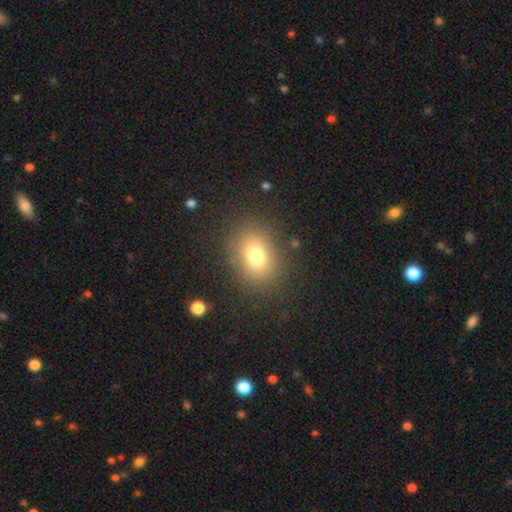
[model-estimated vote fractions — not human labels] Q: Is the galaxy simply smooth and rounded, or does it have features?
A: smooth — 74%.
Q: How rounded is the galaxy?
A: in between — 55%.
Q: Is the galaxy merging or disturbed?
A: none — 85%.